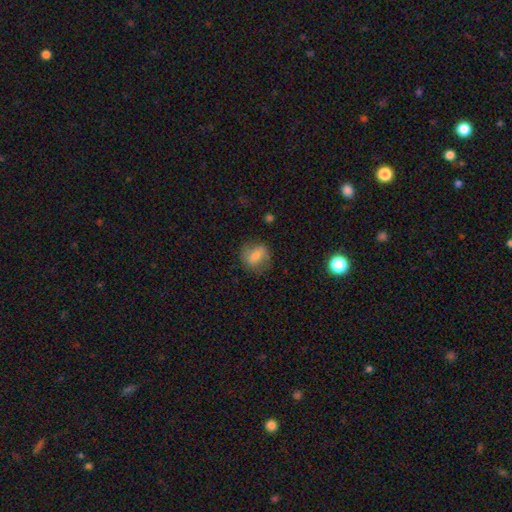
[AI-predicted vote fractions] Overall: smooth (66%; featured or disk 26%). How rounded: round (54%; in between 43%). Merging: none (73%).